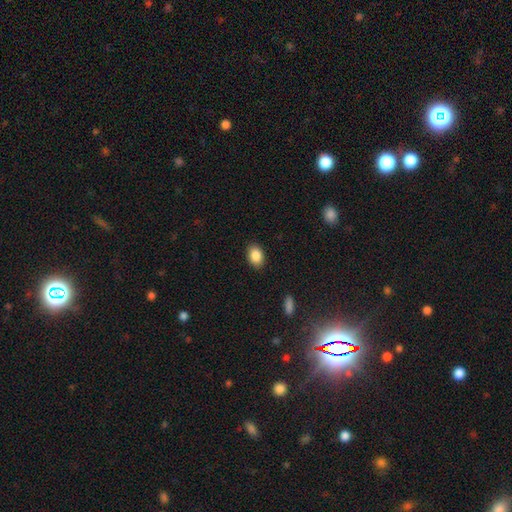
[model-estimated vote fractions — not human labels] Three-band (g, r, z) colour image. It shows a smooth galaxy with no disk features (88%) that is in between round and cigar-shaped (80%). Merging: none (89%).